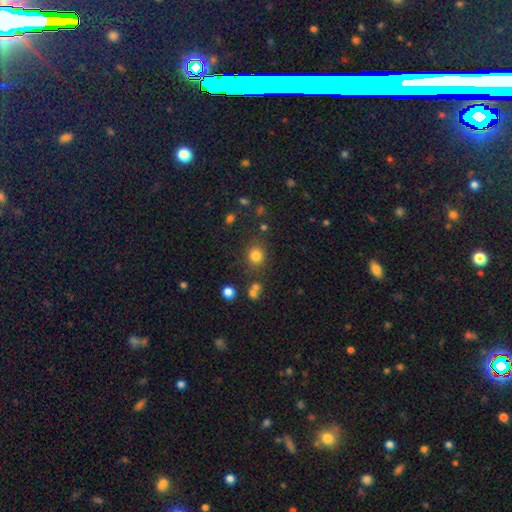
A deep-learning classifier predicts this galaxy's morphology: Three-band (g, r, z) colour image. It shows a smooth galaxy with no disk features (79%) that is round (82%). Merging: none (79%).